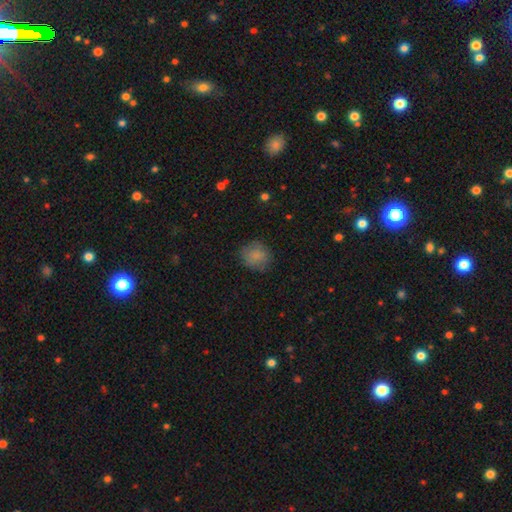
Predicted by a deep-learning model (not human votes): Smooth or featured? smooth (83%)
How rounded? round (80%)
Merging? none (79%)